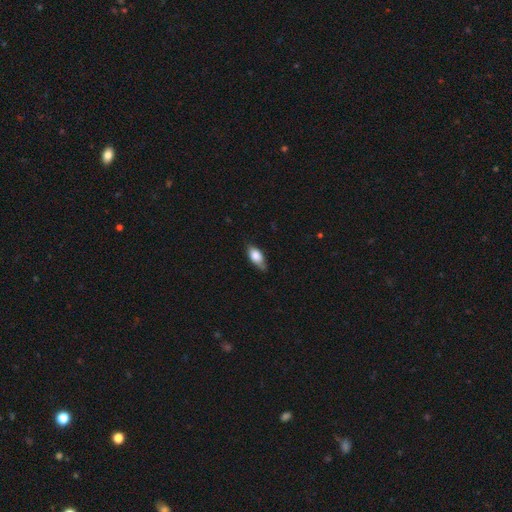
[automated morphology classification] This is likely a smooth galaxy (76%). How rounded: clearly in between (85%). Merging: likely none (68%).